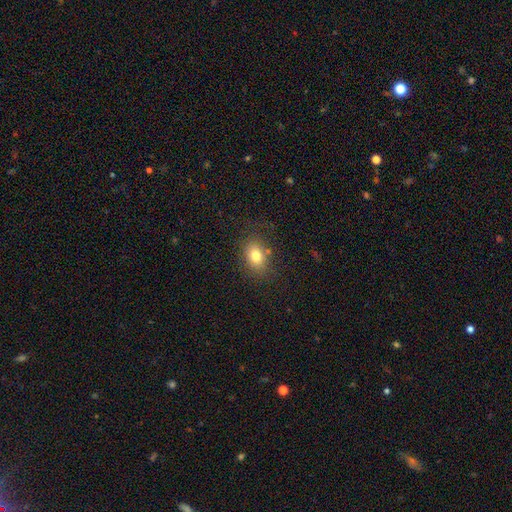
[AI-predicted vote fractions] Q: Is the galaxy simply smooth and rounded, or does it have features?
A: smooth — 79%.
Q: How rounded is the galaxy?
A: in between — 70%.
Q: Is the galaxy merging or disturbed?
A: none — 77%.